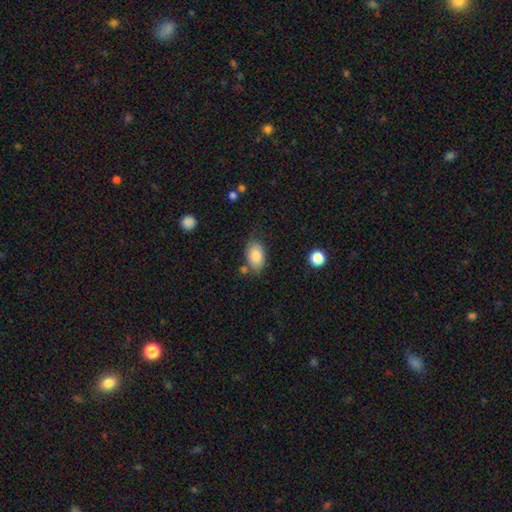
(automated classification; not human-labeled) The model was most divided on "merging": none: 67%, minor disturbance: 20%, merger: 7%, major disturbance: 6%. More confident: how rounded — in between (88%); smooth or featured — smooth (82%).